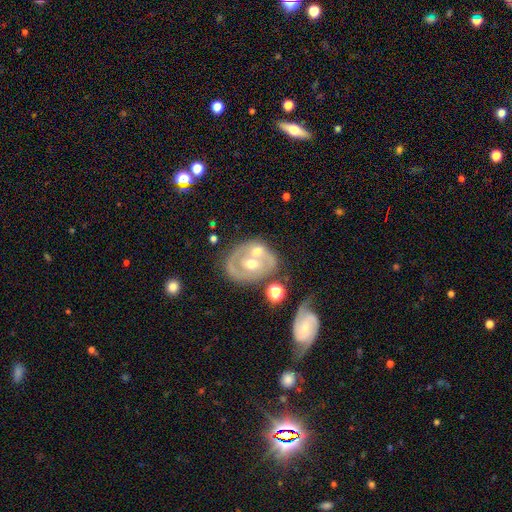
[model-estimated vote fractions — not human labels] Smooth or featured? Predicted: featured or disk (p=0.73). Edge-on disk? Predicted: no (p=0.96). Bar? Predicted: no (p=0.64). Spiral arms? Predicted: yes (p=0.55). Bulge size? Predicted: moderate (p=0.71). Merging? Predicted: none (p=0.42).